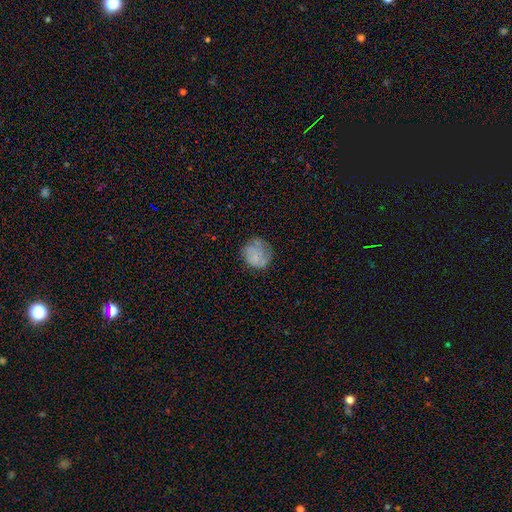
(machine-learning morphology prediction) Smooth or featured? smooth (63%)
How rounded? round (82%)
Merging? none (64%)